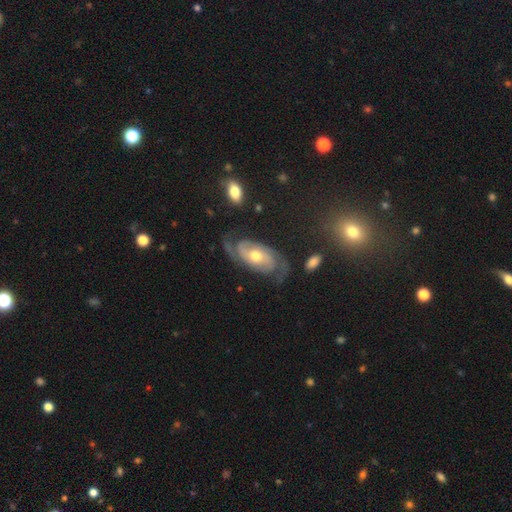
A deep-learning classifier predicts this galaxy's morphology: featured or disk 87%, smooth 8%, star or artifact 6%. Down the decision tree: edge-on disk — no (96%); bar — no (65%); spiral arms — yes (97%); spiral arm count — 2 (88%); spiral winding — tight (47%); bulge size — moderate (75%); merging — none (72%).